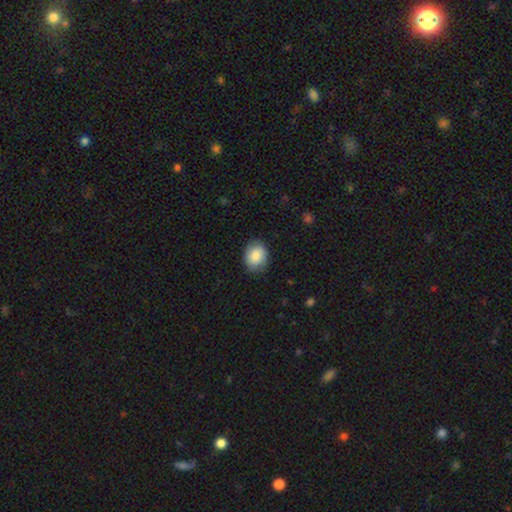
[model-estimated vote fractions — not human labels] This appears to be a smooth galaxy with no disk features (84%) that is in between round and cigar-shaped (53%). Merging: none (84%).